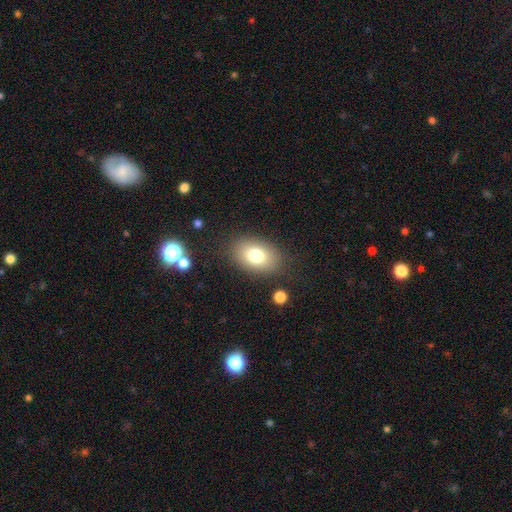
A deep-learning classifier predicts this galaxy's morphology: Q: Smooth or featured?
A: smooth (77%); runner-up: featured or disk (13%)
Q: How rounded?
A: in between (82%); runner-up: round (16%)
Q: Merging?
A: none (84%); runner-up: minor disturbance (11%)